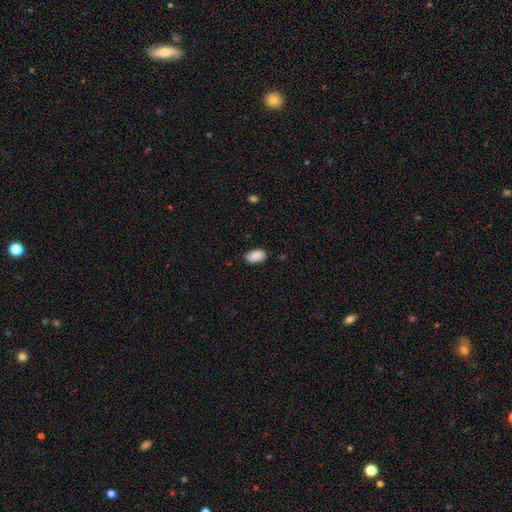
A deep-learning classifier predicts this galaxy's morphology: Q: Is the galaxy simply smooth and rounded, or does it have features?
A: smooth — 90%.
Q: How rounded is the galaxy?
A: in between — 94%.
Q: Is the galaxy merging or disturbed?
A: none — 84%.